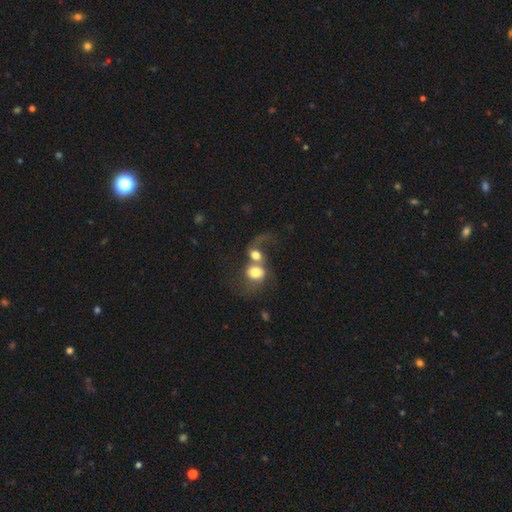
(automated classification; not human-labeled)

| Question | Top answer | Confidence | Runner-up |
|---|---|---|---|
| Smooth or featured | smooth | 58% | featured or disk (32%) |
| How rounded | round | 58% | in between (40%) |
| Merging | merger | 75% | major disturbance (11%) |